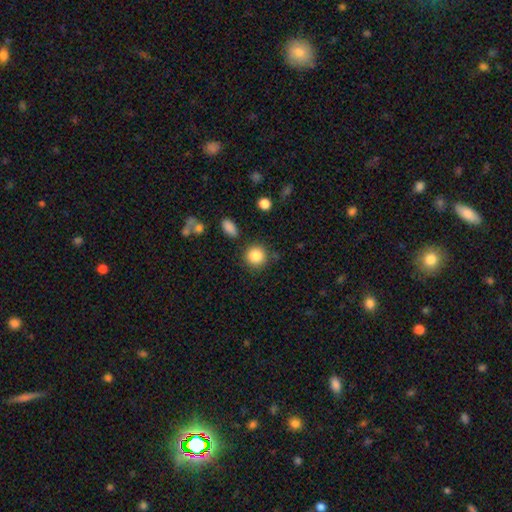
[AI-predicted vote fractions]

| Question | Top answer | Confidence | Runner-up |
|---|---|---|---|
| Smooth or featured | smooth | 86% | star or artifact (9%) |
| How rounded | round | 91% | in between (8%) |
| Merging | none | 84% | minor disturbance (9%) |